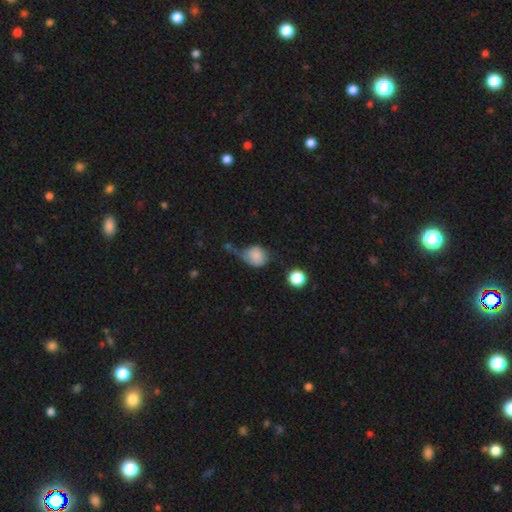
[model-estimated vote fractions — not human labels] A smooth galaxy with no disk features (72%) that is round (65%). Merging: major disturbance (33%).